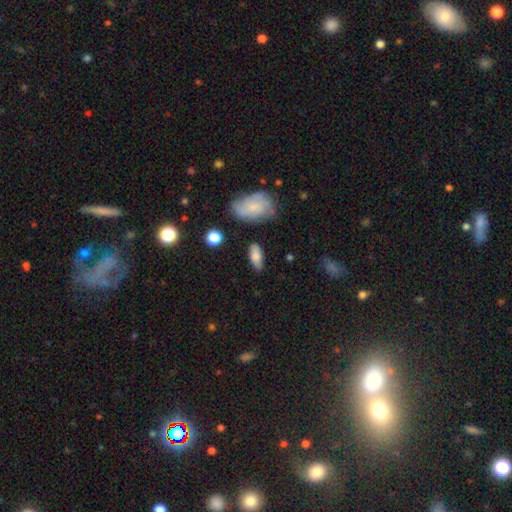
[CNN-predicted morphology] Smooth or featured? smooth (75%)
How rounded? in between (81%)
Merging? none (76%)